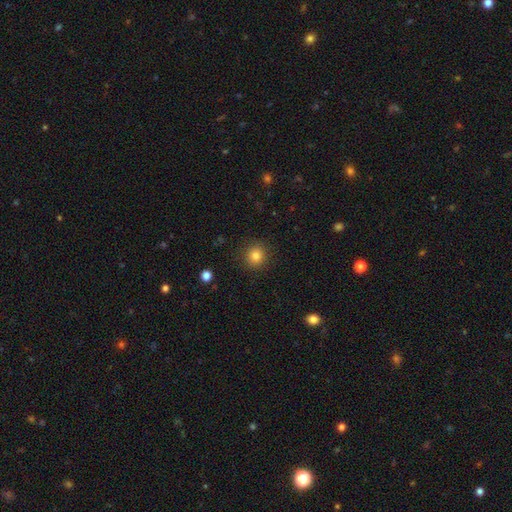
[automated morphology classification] This appears to be a smooth galaxy with no disk features (83%) that is round (92%). Merging: none (90%).